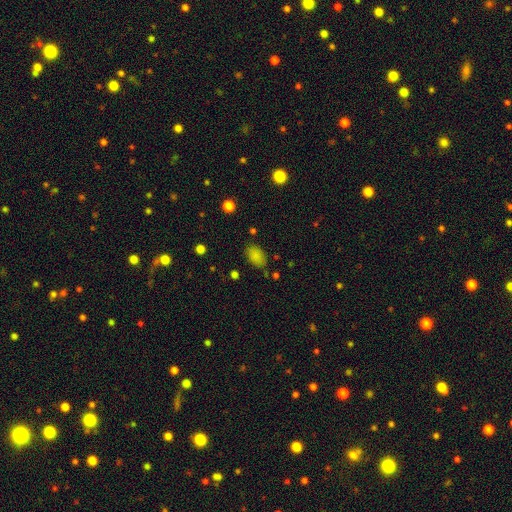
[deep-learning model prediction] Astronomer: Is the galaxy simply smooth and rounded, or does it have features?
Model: smooth — 83%.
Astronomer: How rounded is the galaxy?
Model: in between — 87%.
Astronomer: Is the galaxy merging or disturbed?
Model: none — 79%.